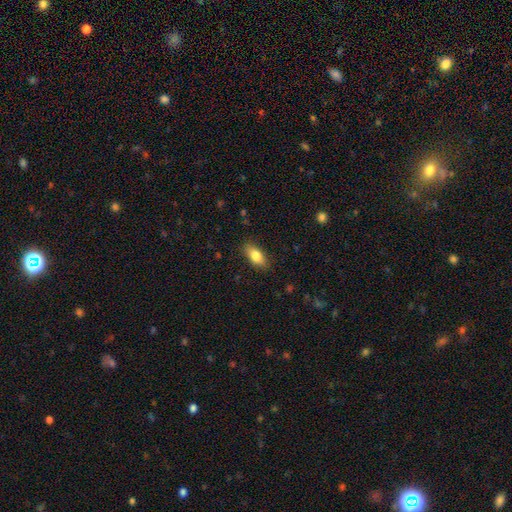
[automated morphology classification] Smooth or featured?
  - smooth: 82% *
  - featured or disk: 11%
  - star or artifact: 7%
How rounded?
  - in between: 85% *
  - cigar-shaped: 11%
  - round: 4%
Merging?
  - none: 86% *
  - minor disturbance: 11%
  - major disturbance: 3%
  - merger: 1%